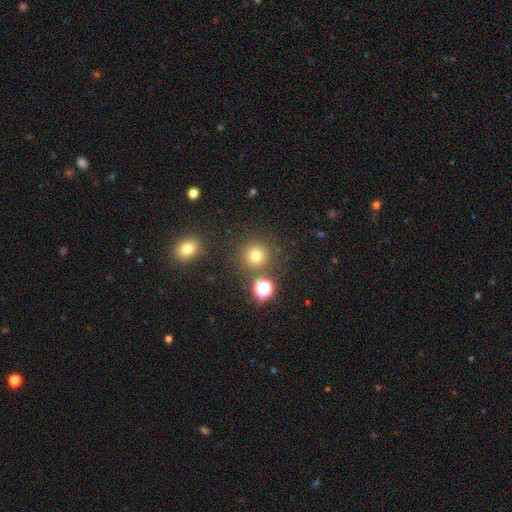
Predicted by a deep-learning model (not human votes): smooth 72%, star or artifact 21%, featured or disk 7%. Down the decision tree: how rounded — round (94%); merging — none (85%).